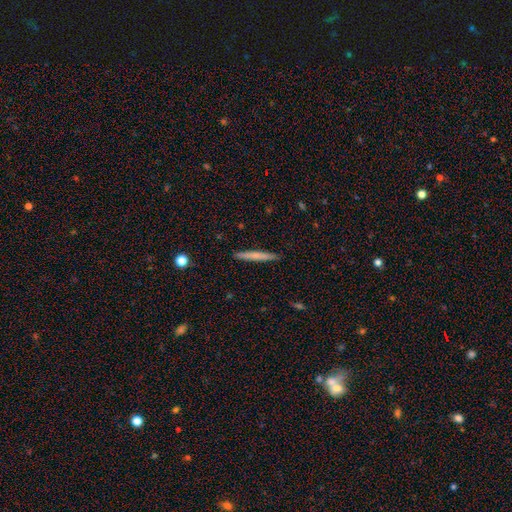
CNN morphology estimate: type=smooth (67%); roundness=cigar-shaped (96%); merging=none (91%).